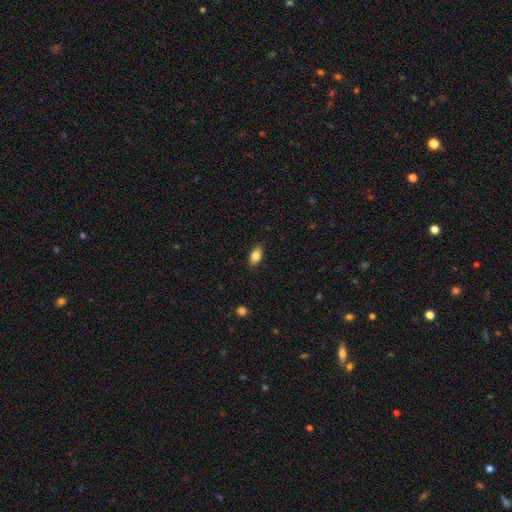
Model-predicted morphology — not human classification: This is likely a smooth galaxy (80%). How rounded: clearly in between (88%). Merging: clearly none (87%).